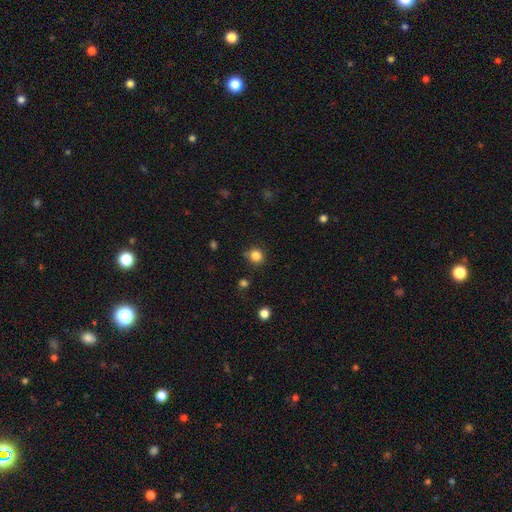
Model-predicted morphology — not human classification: type=smooth (84%); roundness=round (90%); merging=none (82%).